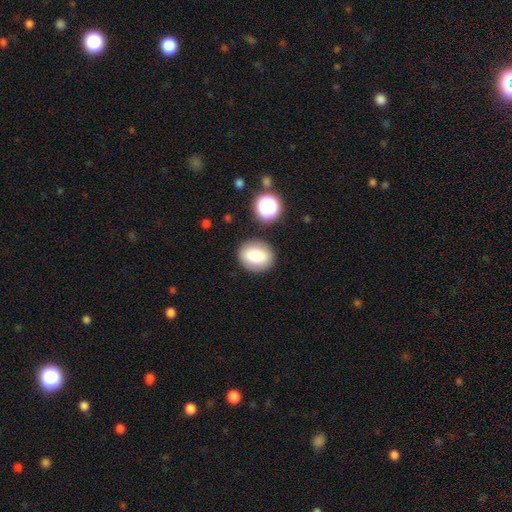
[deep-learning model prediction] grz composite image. It shows a smooth galaxy with no disk features (79%) that is round (54%). Merging: none (84%).